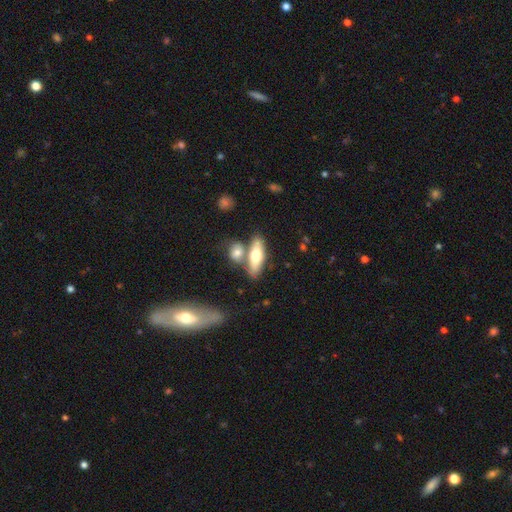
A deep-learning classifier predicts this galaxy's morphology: The model was most divided on "how rounded": in between: 57%, cigar-shaped: 40%, round: 4%. More confident: smooth or featured — smooth (60%); merging — none (57%).